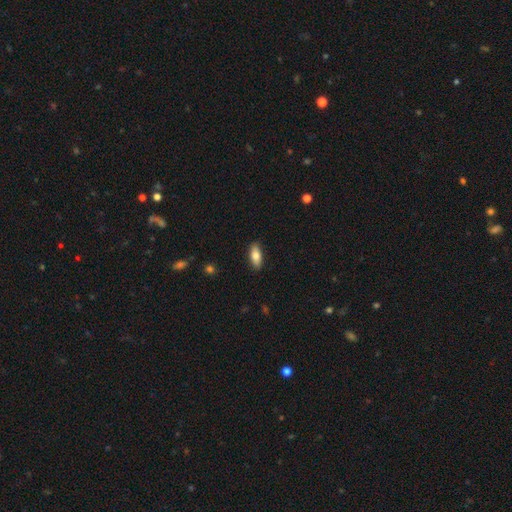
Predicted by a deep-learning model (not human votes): This is likely a smooth galaxy (78%). How rounded: clearly in between (82%). Merging: clearly none (88%).